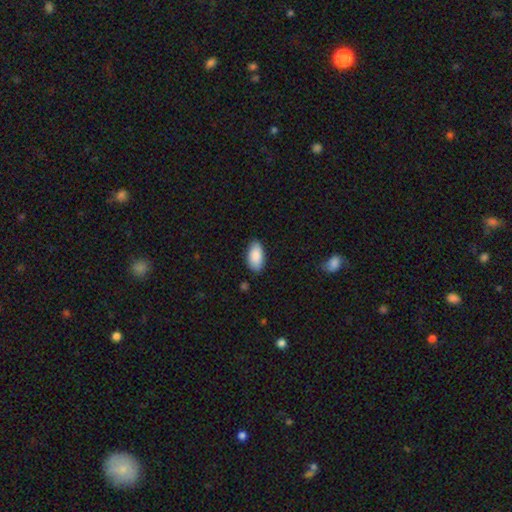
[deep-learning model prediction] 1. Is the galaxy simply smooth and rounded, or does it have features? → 89% smooth, 6% star or artifact, 5% featured or disk.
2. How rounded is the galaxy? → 94% in between, 4% cigar-shaped, 2% round.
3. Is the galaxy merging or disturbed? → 84% none, 12% minor disturbance, 2% major disturbance, 1% merger.